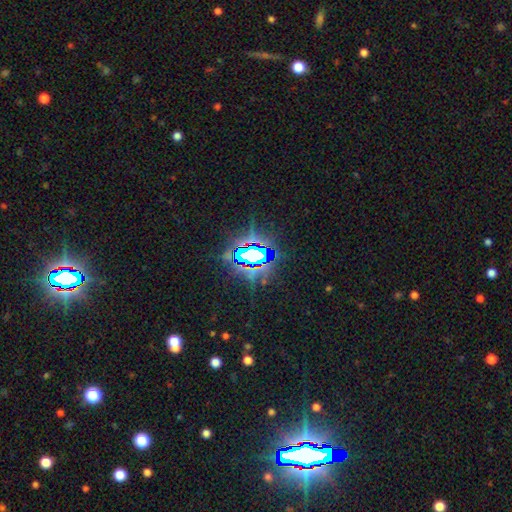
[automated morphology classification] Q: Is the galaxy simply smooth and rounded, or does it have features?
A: star or artifact — 78%.